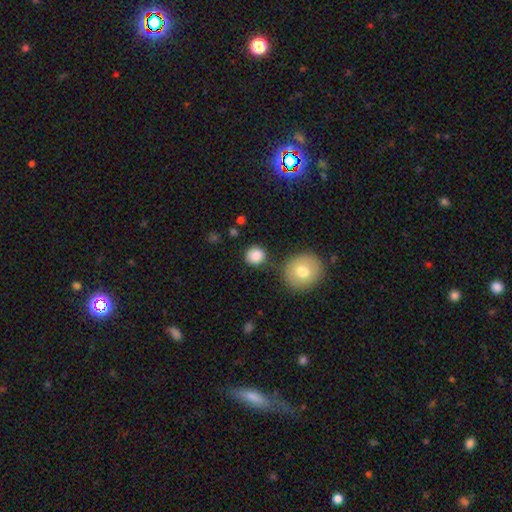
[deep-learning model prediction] Q: Smooth or featured?
A: smooth (86%); runner-up: star or artifact (9%)
Q: How rounded?
A: round (89%); runner-up: in between (10%)
Q: Merging?
A: none (77%); runner-up: minor disturbance (12%)